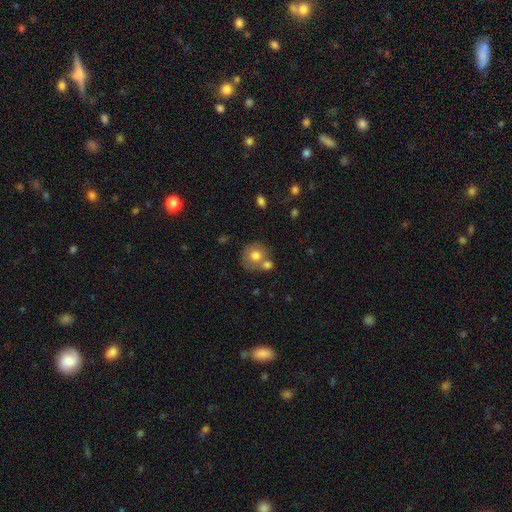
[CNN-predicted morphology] Overall: smooth (75%). How rounded: round (84%). Merging: none (48%; merger 36%).